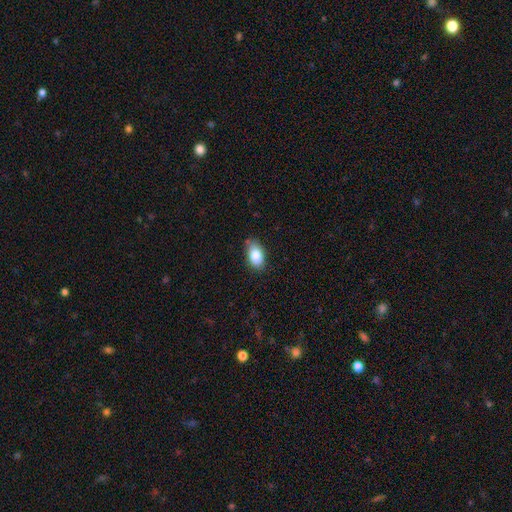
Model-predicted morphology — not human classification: Smooth or featured? smooth (84%)
How rounded? in between (92%)
Merging? none (75%)